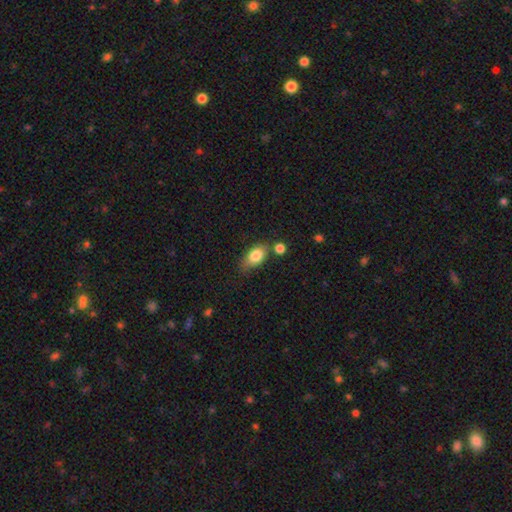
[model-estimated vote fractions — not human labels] Smooth or featured? smooth (82%)
How rounded? in between (84%)
Merging? none (60%)